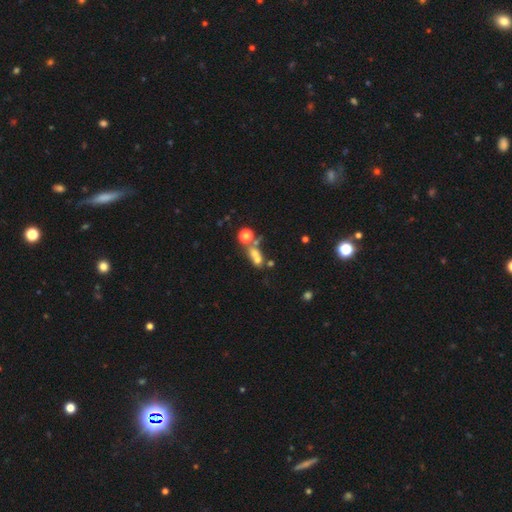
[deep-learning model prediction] Q: Smooth or featured?
A: smooth (55%); runner-up: featured or disk (24%)
Q: How rounded?
A: round (49%); runner-up: in between (43%)
Q: Merging?
A: merger (52%); runner-up: none (29%)